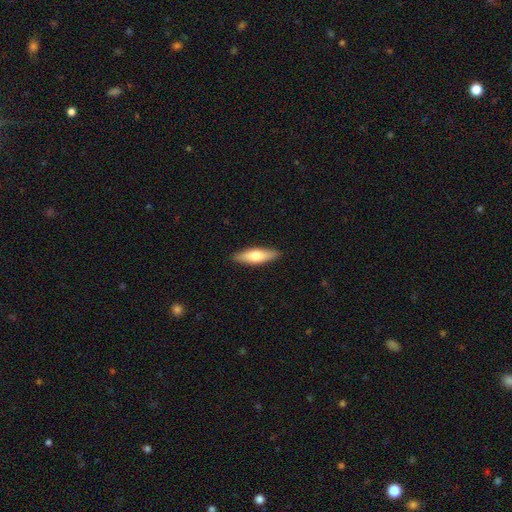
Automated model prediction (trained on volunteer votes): smooth_or_featured: smooth (p=0.67) [alt: featured or disk p=0.27]
how_rounded: cigar-shaped (p=0.55) [alt: in between p=0.43]
merging: none (p=0.89) [alt: minor disturbance p=0.08]